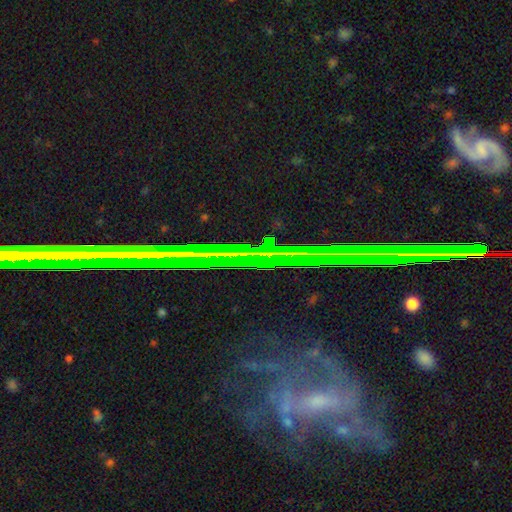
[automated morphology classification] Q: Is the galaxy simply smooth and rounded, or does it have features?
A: star or artifact — 59%.